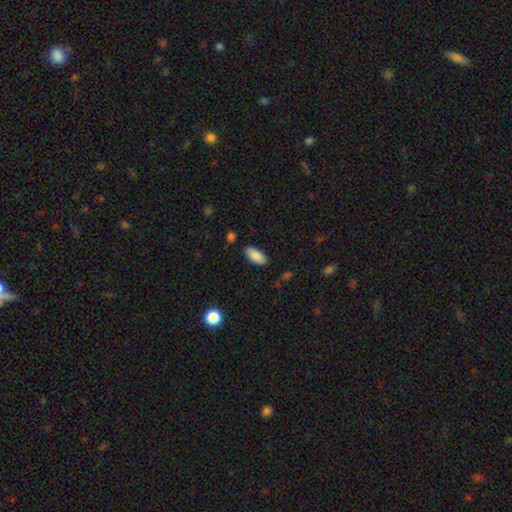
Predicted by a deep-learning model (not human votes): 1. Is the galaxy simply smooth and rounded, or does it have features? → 89% smooth, 7% star or artifact, 4% featured or disk.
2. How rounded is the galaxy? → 90% in between, 8% cigar-shaped, 2% round.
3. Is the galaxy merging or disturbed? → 86% none, 10% minor disturbance, 2% major disturbance, 1% merger.